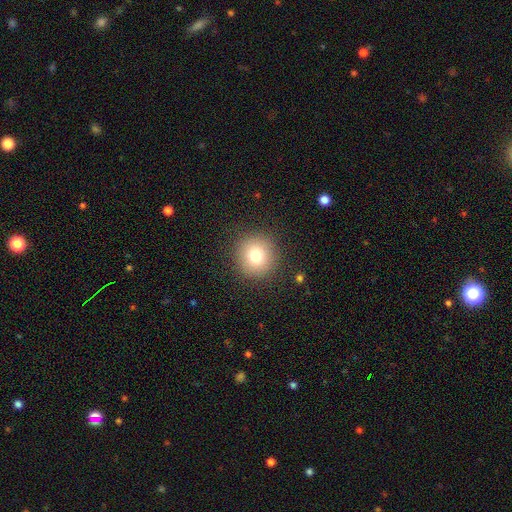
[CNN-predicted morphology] Overall: smooth (77%). How rounded: round (94%). Merging: none (90%).